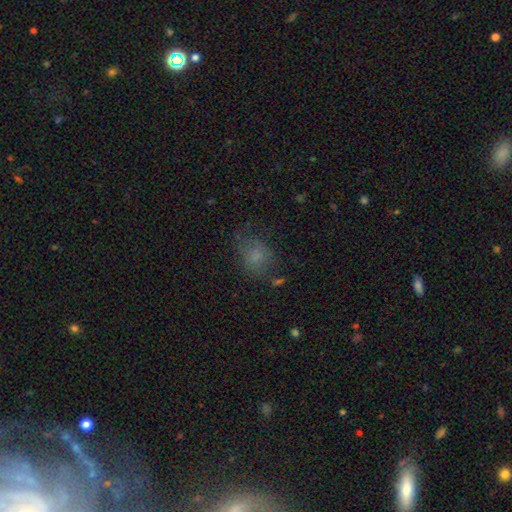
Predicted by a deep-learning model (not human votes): Smooth or featured: smooth — 71% (star or artifact — 17%)
How rounded: round — 55% (in between — 44%)
Merging: none — 60% (minor disturbance — 22%)